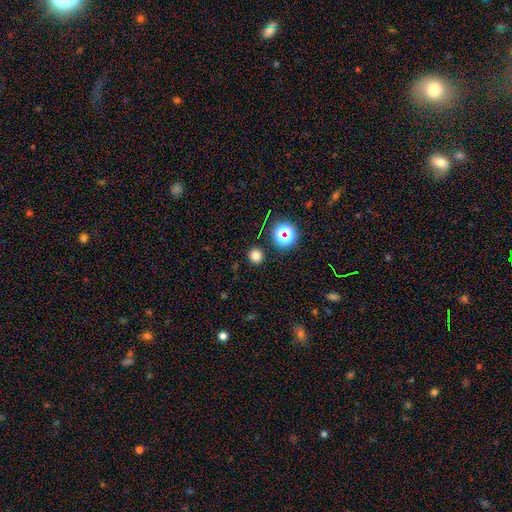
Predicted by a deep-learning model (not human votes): Smooth or featured: smooth — 77% (star or artifact — 19%)
How rounded: round — 92% (in between — 7%)
Merging: none — 91% (minor disturbance — 5%)